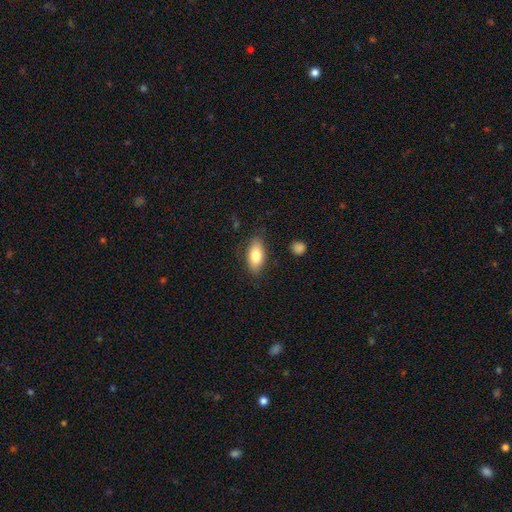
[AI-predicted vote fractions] The model was most divided on "smooth or featured": smooth: 81%, featured or disk: 12%, star or artifact: 7%. More confident: how rounded — in between (88%); merging — none (82%).